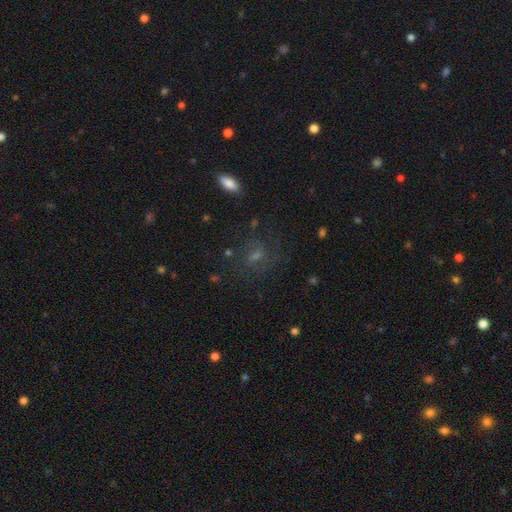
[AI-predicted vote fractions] smooth-or-featured: star or artifact: 35% (tied) | smooth: 35% (tied) | featured or disk: 30%